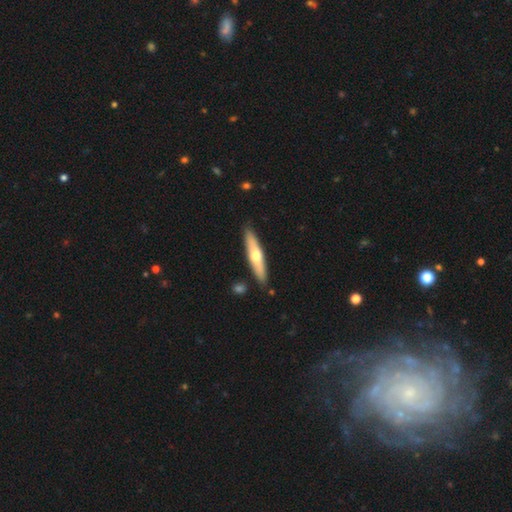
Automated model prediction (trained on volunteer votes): This is possibly a smooth galaxy (49%). Merging: clearly none (88%).